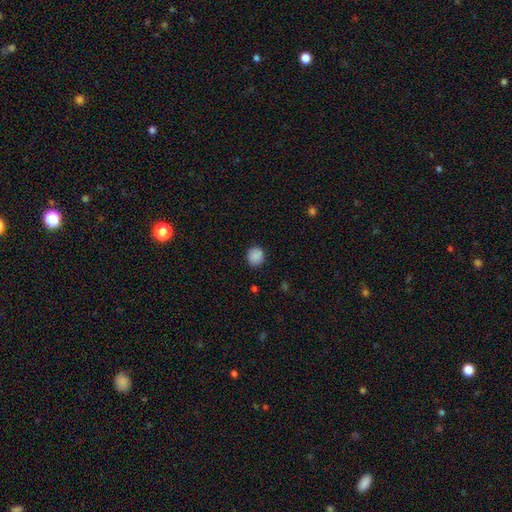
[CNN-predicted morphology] Smooth or featured: smooth — 88% (star or artifact — 8%)
How rounded: round — 88% (in between — 11%)
Merging: none — 89% (minor disturbance — 8%)